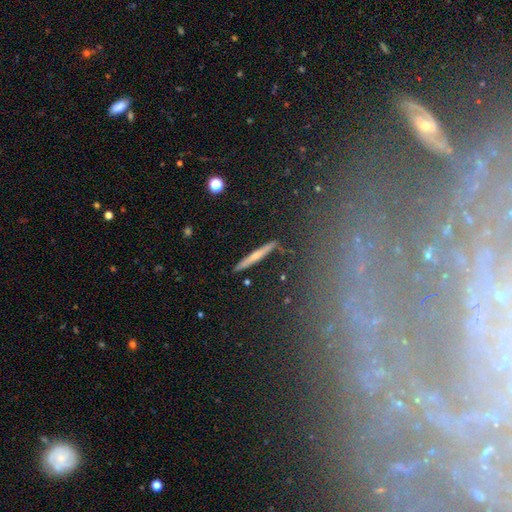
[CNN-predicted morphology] The model was most divided on "smooth or featured": smooth: 51%, featured or disk: 41%, star or artifact: 7%. More confident: how rounded — cigar-shaped (93%); merging — none (86%).